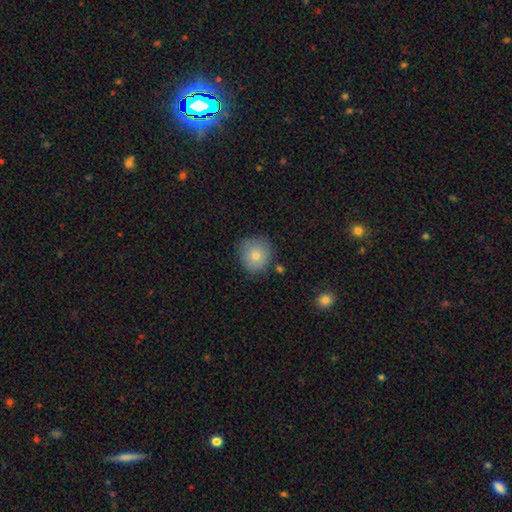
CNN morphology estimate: type=smooth (80%); roundness=round (88%); merging=none (77%).